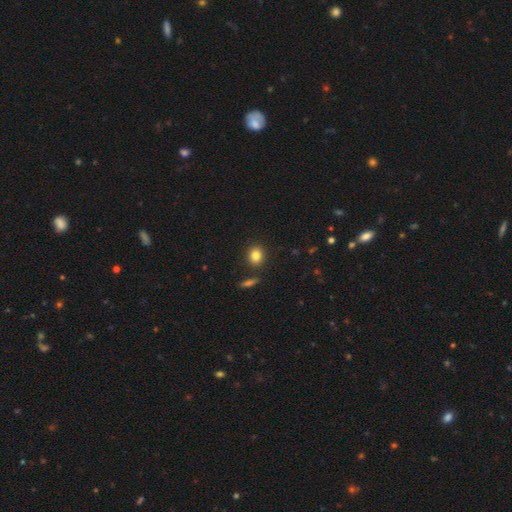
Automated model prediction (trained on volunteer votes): smooth 83%, star or artifact 10%, featured or disk 6%. Down the decision tree: how rounded — round (72%); merging — none (86%).